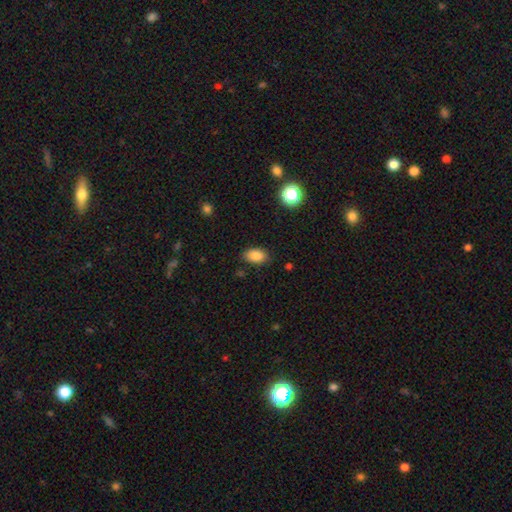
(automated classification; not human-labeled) Smooth or featured? Predicted: smooth (p=0.86). How rounded? Predicted: in between (p=0.90). Merging? Predicted: none (p=0.83).